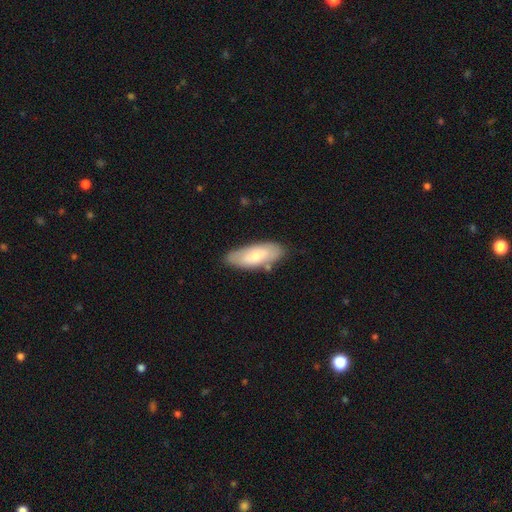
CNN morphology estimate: A smooth galaxy with no disk features (61%) that is in between round and cigar-shaped (80%).

Vote fractions:
- Smooth or featured? smooth: 61% / featured or disk: 33% / star or artifact: 6%
- How rounded? in between: 80% / cigar-shaped: 18% / round: 2%
- Merging? none: 75% / minor disturbance: 16% / merger: 5% / major disturbance: 3%